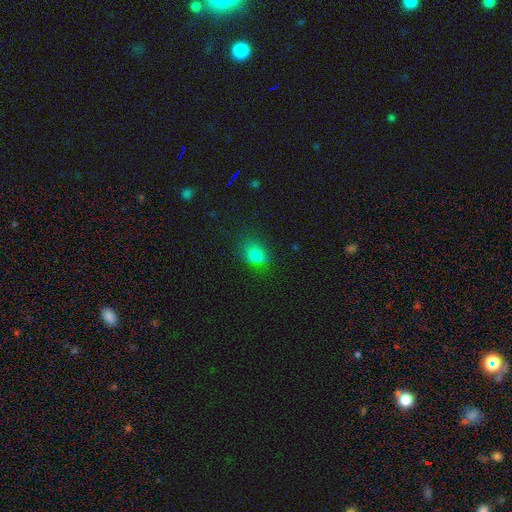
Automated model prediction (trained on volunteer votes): Q: Smooth or featured?
A: smooth (79%); runner-up: star or artifact (14%)
Q: How rounded?
A: in between (53%); runner-up: round (45%)
Q: Merging?
A: none (64%); runner-up: minor disturbance (24%)